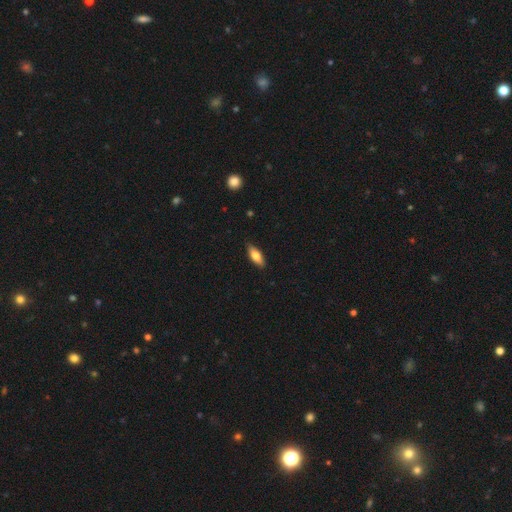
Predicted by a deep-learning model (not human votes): smooth-or-featured: smooth: 73% | featured or disk: 21% | star or artifact: 6%
  how-rounded: in between: 73% | cigar-shaped: 24% | round: 2%
  merging: none: 87% | minor disturbance: 11% | major disturbance: 2% | merger: 1%